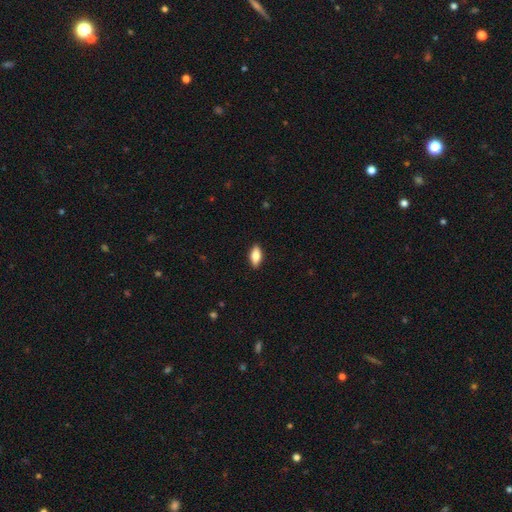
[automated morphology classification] smooth 78%, featured or disk 15%, star or artifact 7%. Down the decision tree: how rounded — in between (83%); merging — none (89%).